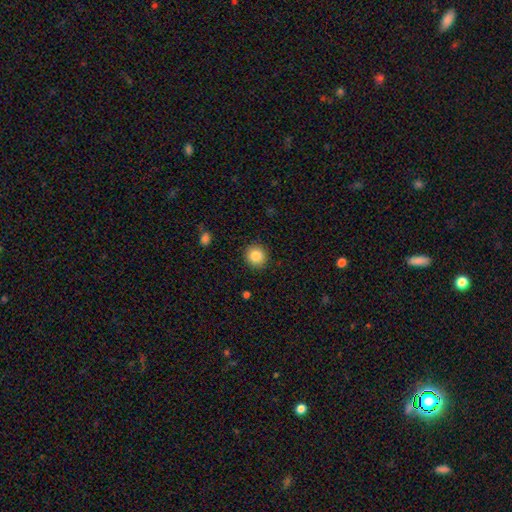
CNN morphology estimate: Smooth or featured: smooth — 85% (star or artifact — 10%)
How rounded: round — 92% (in between — 7%)
Merging: none — 91% (minor disturbance — 6%)